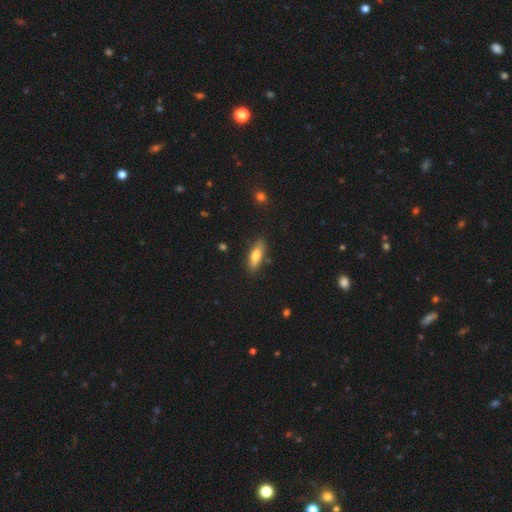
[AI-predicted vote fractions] This appears to be a smooth galaxy with no disk features (74%) that is in between round and cigar-shaped (59%). Merging: none (82%).